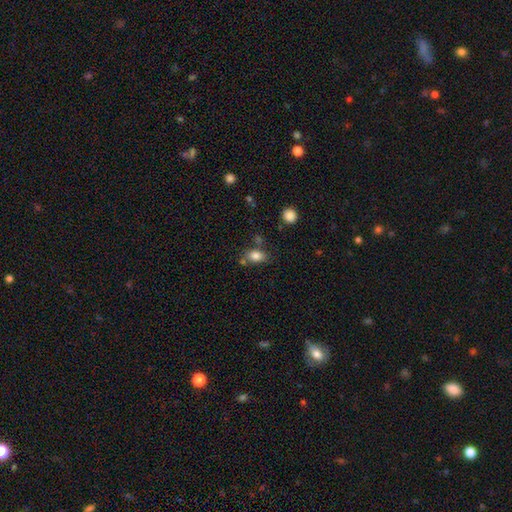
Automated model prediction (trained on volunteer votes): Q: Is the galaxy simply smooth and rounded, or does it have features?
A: smooth — 82%.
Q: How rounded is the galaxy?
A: in between — 80%.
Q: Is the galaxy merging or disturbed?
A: none — 63%.